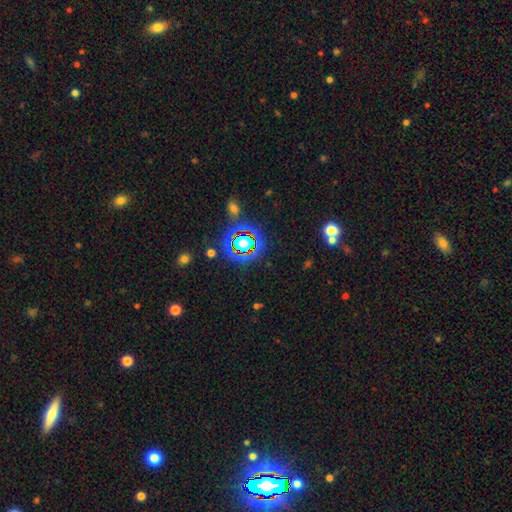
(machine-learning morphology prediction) type=star or artifact (71%).